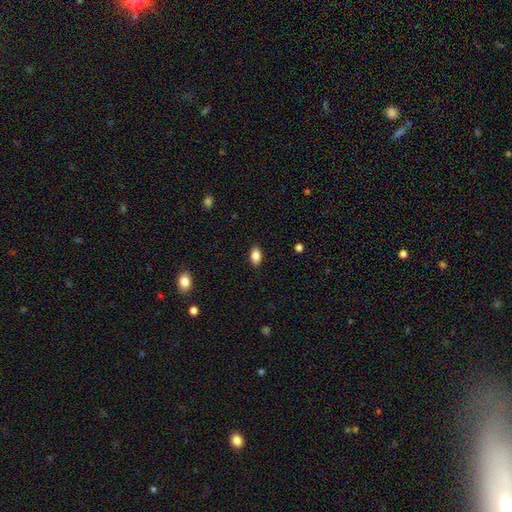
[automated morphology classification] Smooth or featured? smooth (87%)
How rounded? in between (91%)
Merging? none (88%)